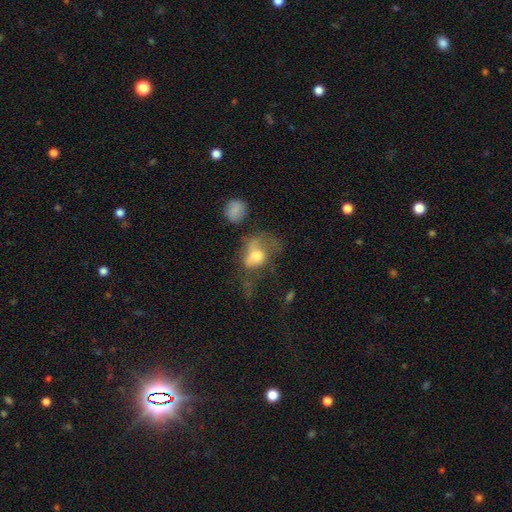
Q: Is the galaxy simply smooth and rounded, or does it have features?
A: featured or disk — 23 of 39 (59%).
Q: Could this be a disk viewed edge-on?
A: no — 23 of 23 (100%).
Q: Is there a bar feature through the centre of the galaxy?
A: no — 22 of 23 (96%).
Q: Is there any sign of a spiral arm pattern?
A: no — 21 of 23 (91%).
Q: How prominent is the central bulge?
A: moderate — 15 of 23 (65%).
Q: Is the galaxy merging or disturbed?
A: major disturbance — 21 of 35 (60%).